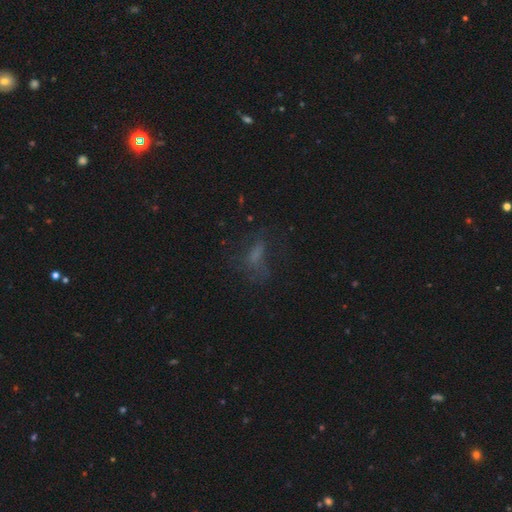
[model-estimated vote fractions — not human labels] Smooth or featured: smooth — 47% (star or artifact — 27%)
Merging: none — 49% (major disturbance — 28%)